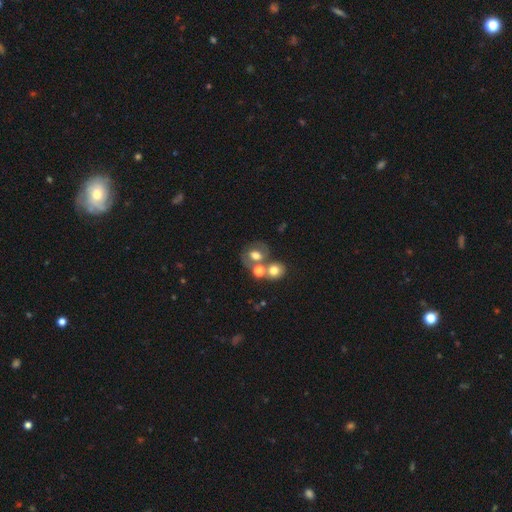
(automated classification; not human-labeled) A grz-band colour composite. It shows a smooth galaxy with no disk features (53%) that is round (60%). Merging: none (45%).